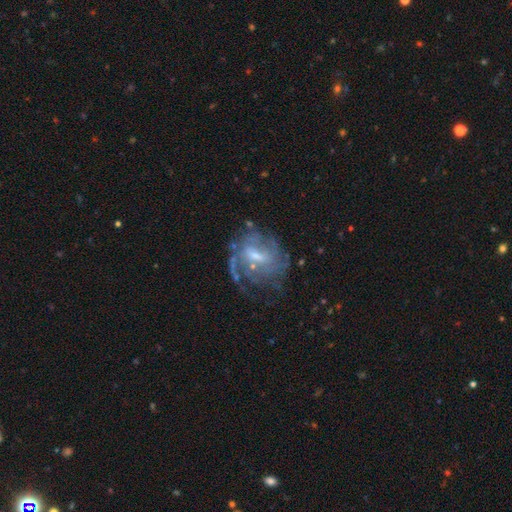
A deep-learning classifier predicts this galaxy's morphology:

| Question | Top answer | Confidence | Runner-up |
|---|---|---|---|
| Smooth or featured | featured or disk | 77% | smooth (13%) |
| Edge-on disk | no | 96% | yes (4%) |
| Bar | weak | 56% | strong (22%) |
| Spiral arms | yes | 79% | no (21%) |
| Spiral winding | tight | 40% | medium (38%) |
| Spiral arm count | can't tell | 47% | 2 (21%) |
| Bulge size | small | 46% | moderate (40%) |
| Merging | none | 52% | major disturbance (23%) |